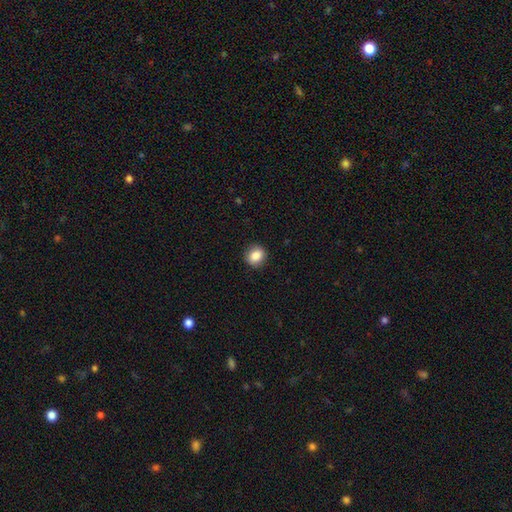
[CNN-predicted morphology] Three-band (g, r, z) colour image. It shows a smooth galaxy with no disk features (87%) that is round (75%). Merging: none (90%).